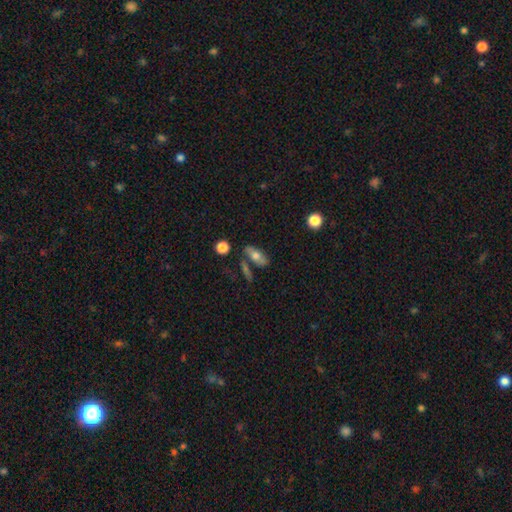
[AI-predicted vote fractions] The model was most divided on "smooth or featured": smooth: 64%, featured or disk: 28%, star or artifact: 8%. More confident: how rounded — in between (72%); merging — none (66%).